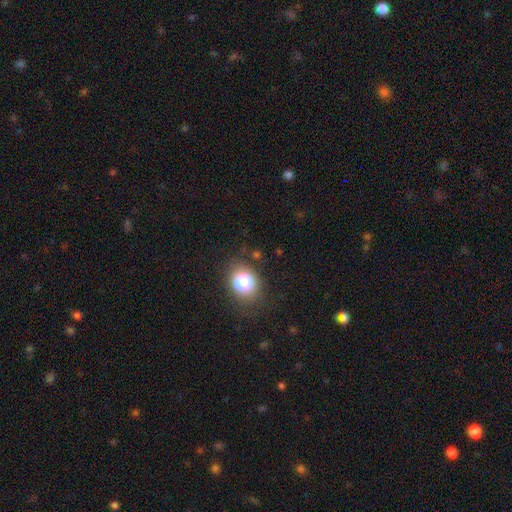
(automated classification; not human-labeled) Smooth or featured? Predicted: smooth (p=0.77). How rounded? Predicted: round (p=0.58). Merging? Predicted: none (p=0.84).